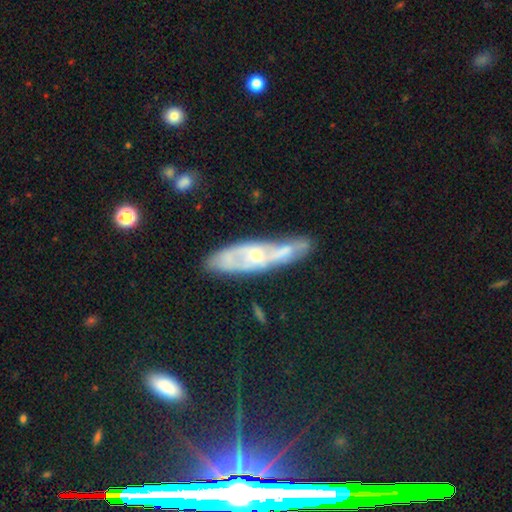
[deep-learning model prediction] A featured or disk galaxy (67%).

Vote fractions:
- Smooth or featured? featured or disk: 67% / smooth: 23% / star or artifact: 10%
- Edge-on disk? no: 69% / yes: 31%
- Merging? none: 50% / minor disturbance: 27% / major disturbance: 13% / merger: 11%